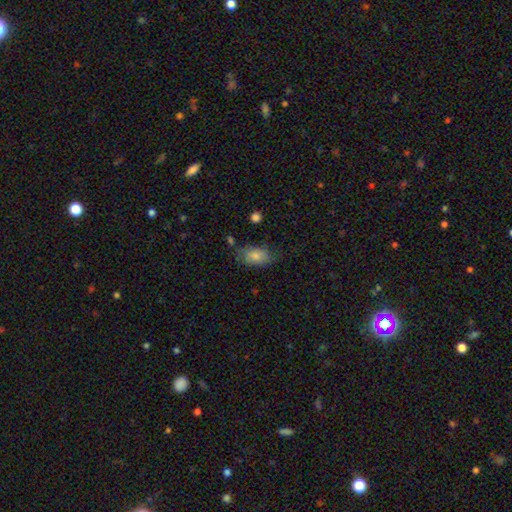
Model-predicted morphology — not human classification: This is likely a smooth galaxy (79%). How rounded: clearly in between (89%). Merging: likely none (63%).